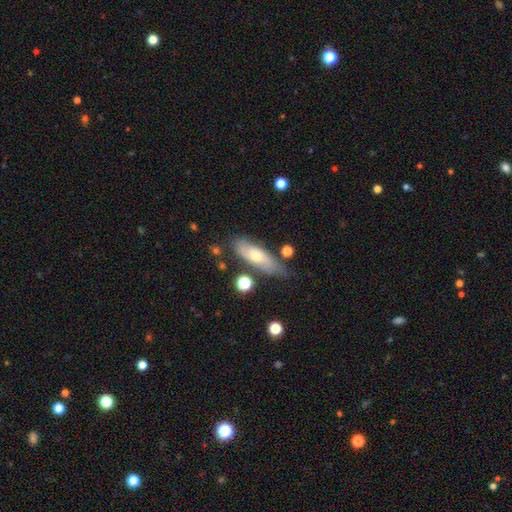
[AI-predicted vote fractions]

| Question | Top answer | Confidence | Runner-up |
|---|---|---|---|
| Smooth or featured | smooth | 48% | featured or disk (45%) |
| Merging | none | 68% | minor disturbance (22%) |